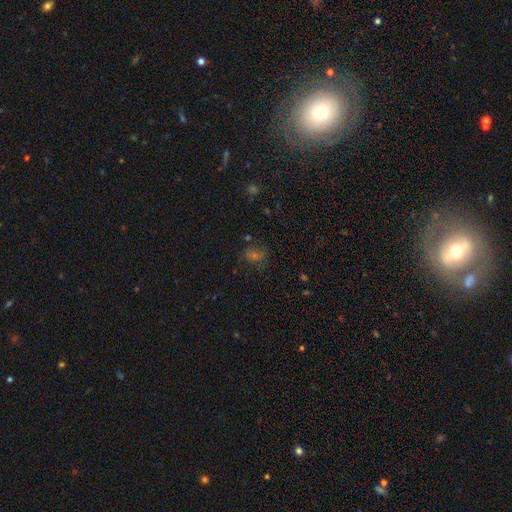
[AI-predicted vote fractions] smooth-or-featured: smooth: 42% | star or artifact: 39% | featured or disk: 19%
  merging: none: 65% | minor disturbance: 19% | major disturbance: 12% | merger: 4%